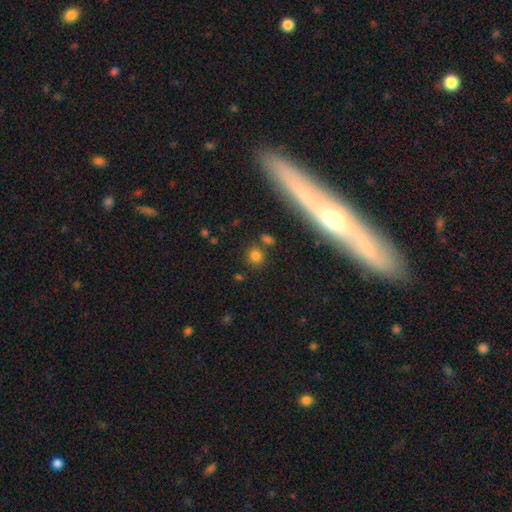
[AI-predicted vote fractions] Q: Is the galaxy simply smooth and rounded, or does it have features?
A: smooth — 75%.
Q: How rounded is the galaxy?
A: round — 84%.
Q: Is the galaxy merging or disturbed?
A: none — 79%.